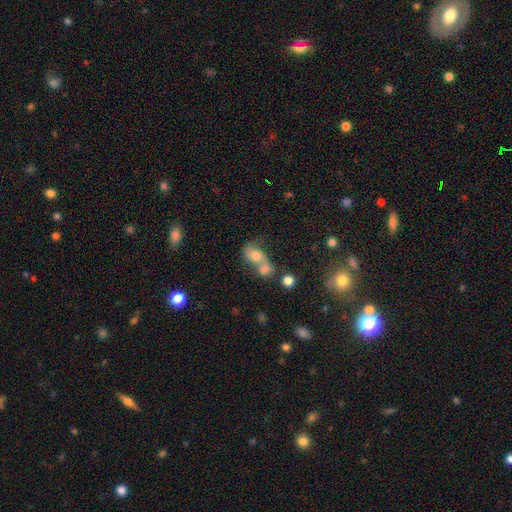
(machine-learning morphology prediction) Q: Smooth or featured?
A: smooth (60%); runner-up: featured or disk (28%)
Q: How rounded?
A: in between (53%); runner-up: round (44%)
Q: Merging?
A: merger (69%); runner-up: none (18%)